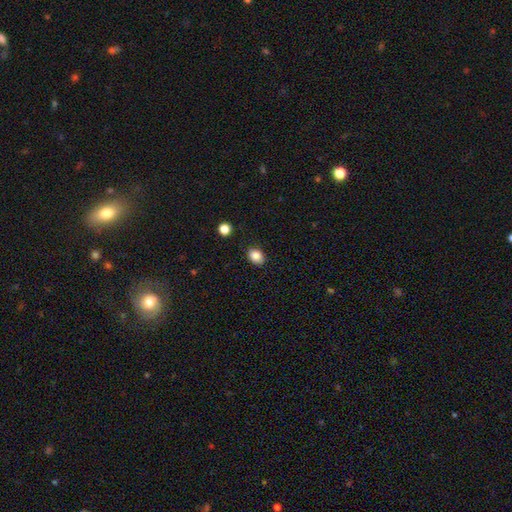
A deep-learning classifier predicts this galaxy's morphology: Smooth or featured?
  - smooth: 85% *
  - star or artifact: 9%
  - featured or disk: 6%
How rounded?
  - in between: 64% *
  - round: 35%
  - cigar-shaped: 1%
Merging?
  - none: 83% *
  - minor disturbance: 13%
  - major disturbance: 3%
  - merger: 2%